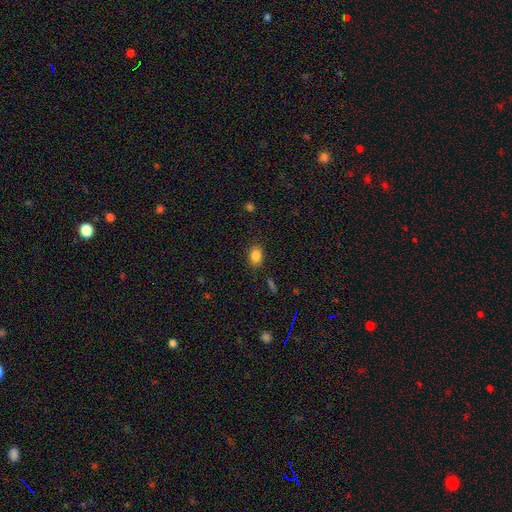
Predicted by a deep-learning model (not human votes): Smooth or featured: smooth — 84% (star or artifact — 10%)
How rounded: in between — 71% (round — 28%)
Merging: none — 85% (minor disturbance — 10%)